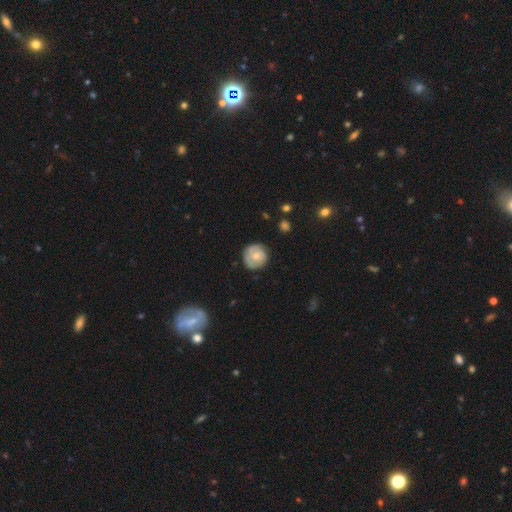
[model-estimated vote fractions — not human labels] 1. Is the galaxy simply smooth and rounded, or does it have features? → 52% smooth, 42% featured or disk, 7% star or artifact.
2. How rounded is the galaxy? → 89% round, 10% in between, 1% cigar-shaped.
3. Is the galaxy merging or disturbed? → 71% none, 21% minor disturbance, 6% major disturbance, 2% merger.